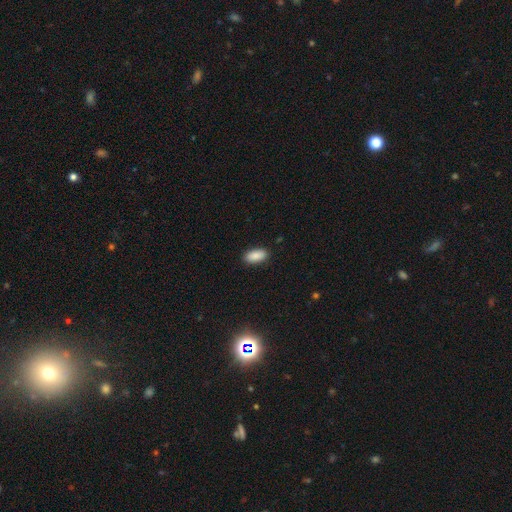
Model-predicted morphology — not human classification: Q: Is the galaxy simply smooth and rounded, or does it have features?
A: smooth — 89%.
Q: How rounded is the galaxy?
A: in between — 91%.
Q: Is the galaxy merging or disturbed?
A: none — 89%.